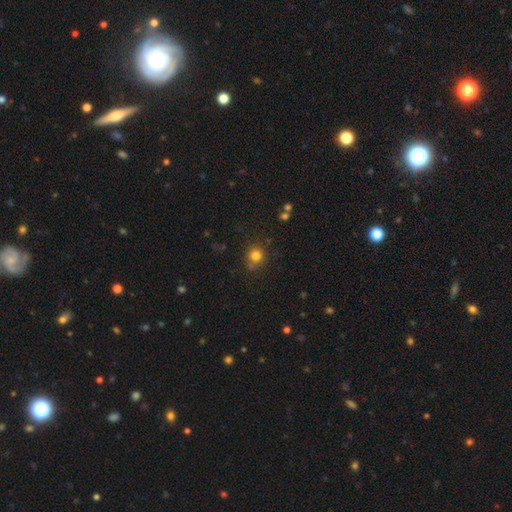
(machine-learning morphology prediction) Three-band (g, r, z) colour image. It shows a smooth galaxy with no disk features (80%) that is round (92%). Merging: none (77%).